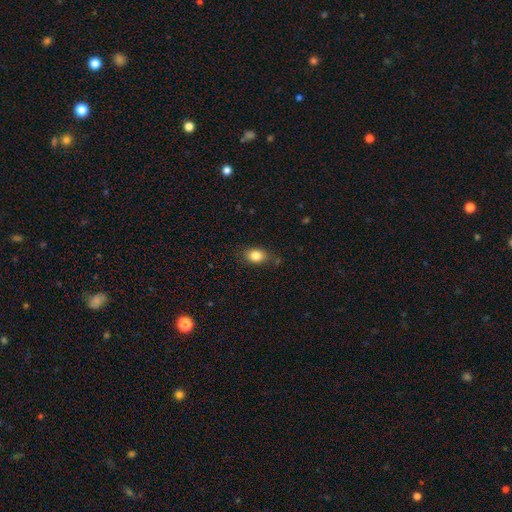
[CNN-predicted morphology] Smooth or featured: smooth — 84% (star or artifact — 9%)
How rounded: in between — 74% (round — 24%)
Merging: none — 78% (minor disturbance — 17%)